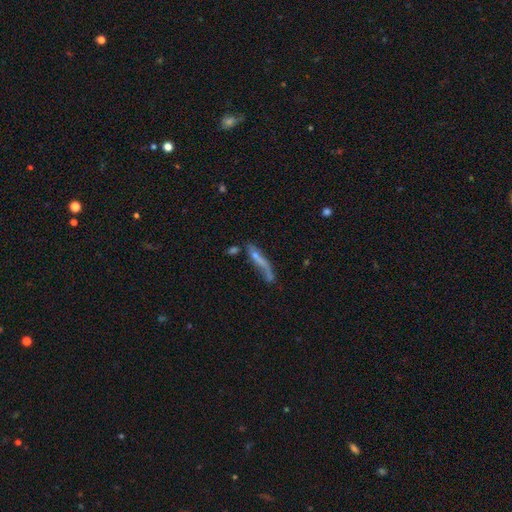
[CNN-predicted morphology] Q: Smooth or featured?
A: featured or disk (48%); runner-up: smooth (40%)
Q: Merging?
A: none (42%); runner-up: minor disturbance (22%)